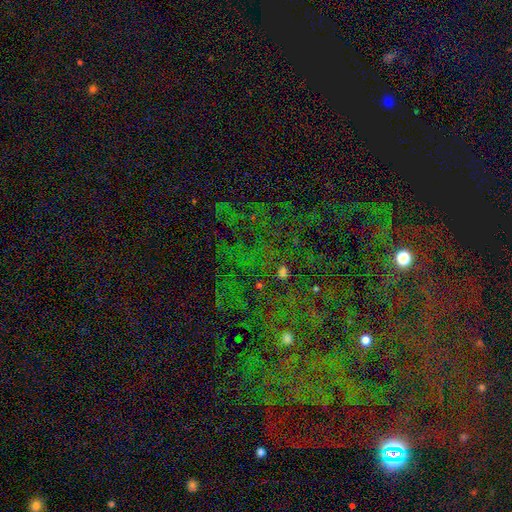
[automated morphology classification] Smooth or featured? star or artifact (76%)